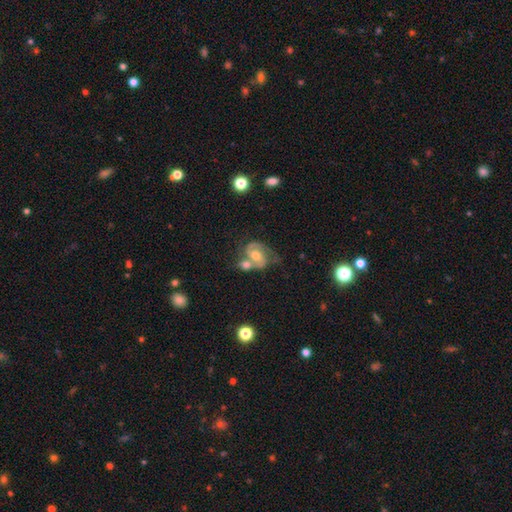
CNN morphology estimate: This appears to be a featured or disk galaxy (76%) with no bar (51%), 2 (81%) medium (50%) spiral arms (91%) and a moderate central bulge (69%). Merging: merger (40%).